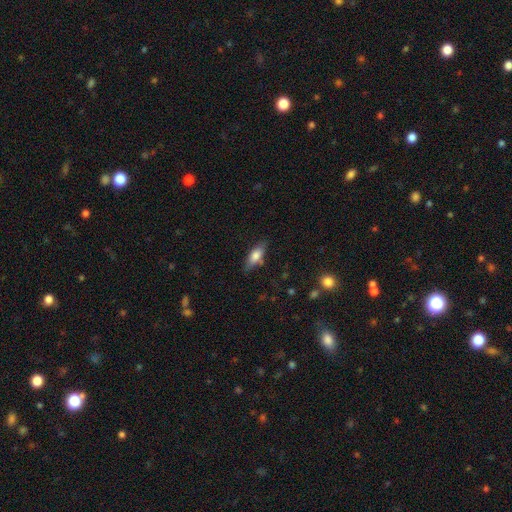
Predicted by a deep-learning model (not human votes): A smooth galaxy with no disk features (73%) that is in between round and cigar-shaped (69%). Merging: none (76%).